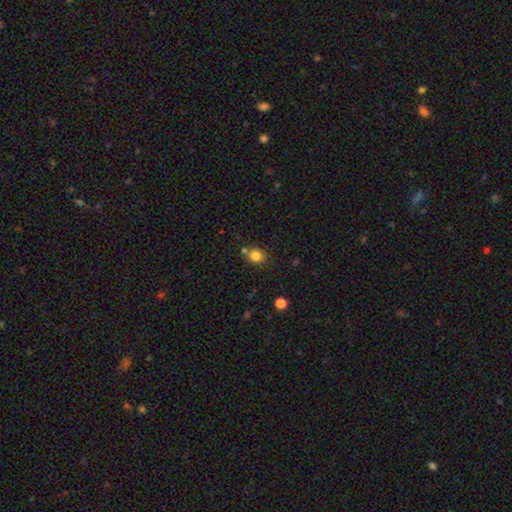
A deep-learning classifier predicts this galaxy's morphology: smooth-or-featured: smooth: 81% | star or artifact: 12% | featured or disk: 6%
  how-rounded: round: 77% | in between: 22% | cigar-shaped: 1%
  merging: none: 70% | merger: 16% | minor disturbance: 11% | major disturbance: 3%